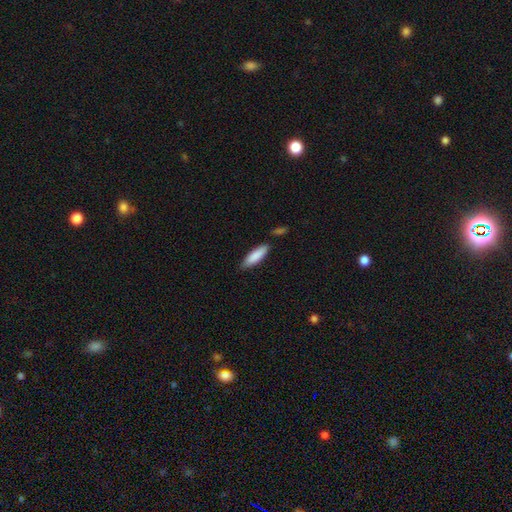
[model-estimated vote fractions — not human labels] Overall: smooth (86%). How rounded: cigar-shaped (54%; in between 45%). Merging: none (79%).